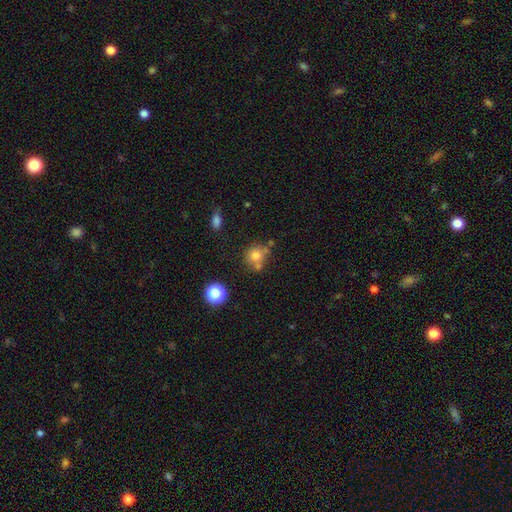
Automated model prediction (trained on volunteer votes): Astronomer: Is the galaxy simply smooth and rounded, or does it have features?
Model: smooth — 75%.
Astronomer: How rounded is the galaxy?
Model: round — 83%.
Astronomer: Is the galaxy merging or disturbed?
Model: none — 56%.